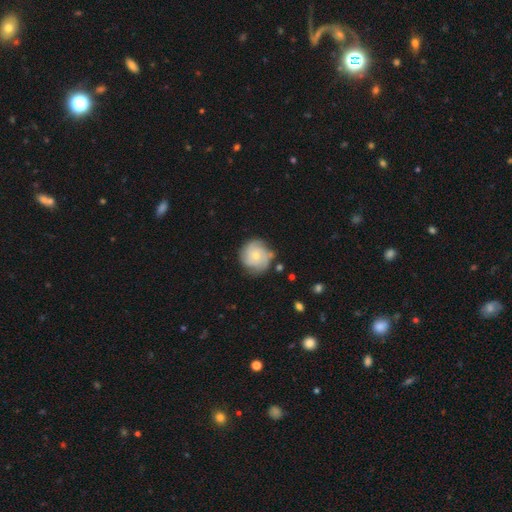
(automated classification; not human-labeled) Smooth or featured: featured or disk — 54% (smooth — 39%)
Edge-on disk: no — 98% (yes — 2%)
Bar: no — 83% (weak — 15%)
Spiral arms: yes — 83% (no — 17%)
Bulge size: small — 60% (moderate — 36%)
Merging: none — 70% (minor disturbance — 20%)